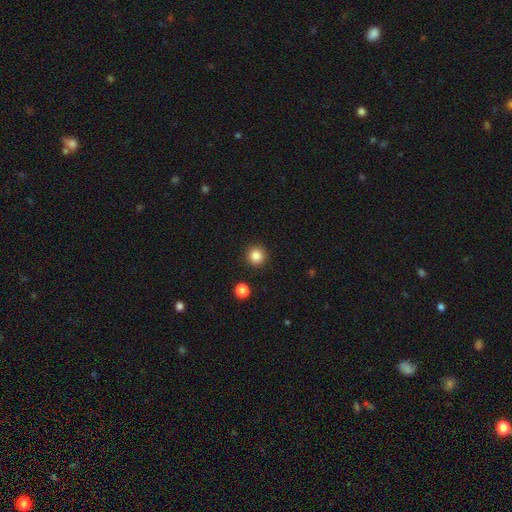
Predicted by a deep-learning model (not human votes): smooth-or-featured: smooth: 84% | star or artifact: 11% | featured or disk: 4%
  how-rounded: round: 95% | in between: 4% | cigar-shaped: 1%
  merging: none: 91% | minor disturbance: 5% | major disturbance: 2% | merger: 2%